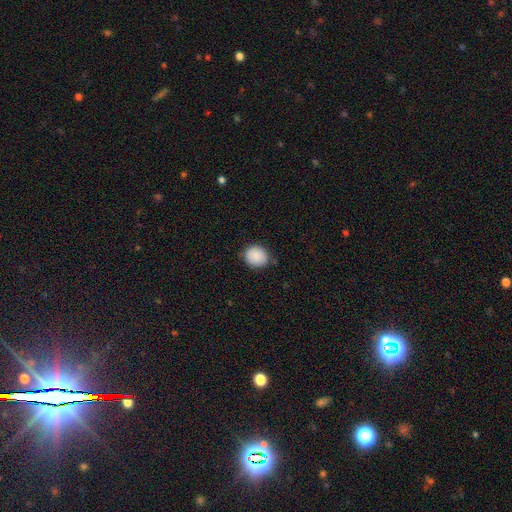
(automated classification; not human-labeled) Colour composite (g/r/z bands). It shows a smooth galaxy with no disk features (89%) that is round (77%). Merging: none (82%).